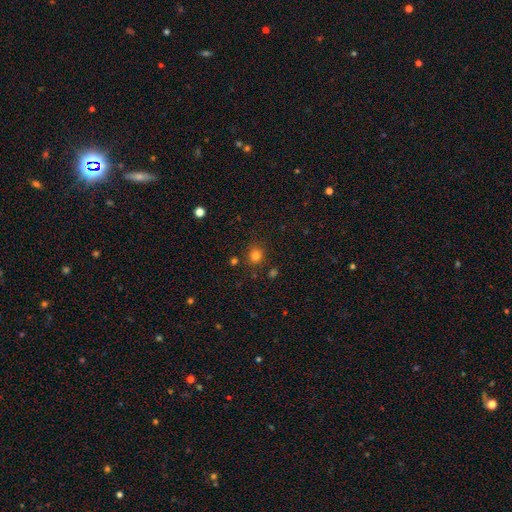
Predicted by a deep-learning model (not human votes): Q: Smooth or featured?
A: smooth (80%); runner-up: star or artifact (15%)
Q: How rounded?
A: round (81%); runner-up: in between (18%)
Q: Merging?
A: none (83%); runner-up: minor disturbance (10%)